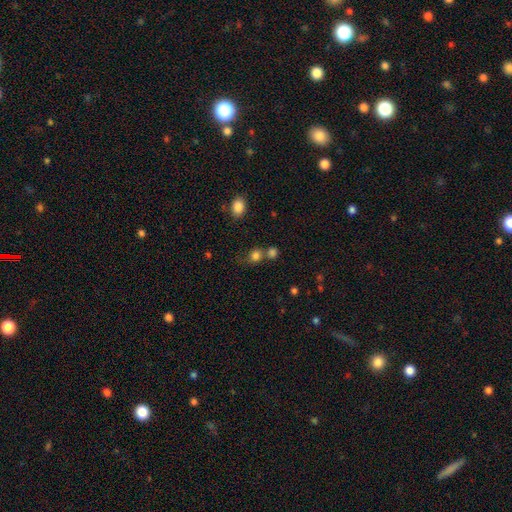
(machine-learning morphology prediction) smooth-or-featured: smooth: 80% | star or artifact: 13% | featured or disk: 7%
  how-rounded: round: 72% | in between: 27% | cigar-shaped: 1%
  merging: none: 50% | merger: 31% | minor disturbance: 12% | major disturbance: 6%